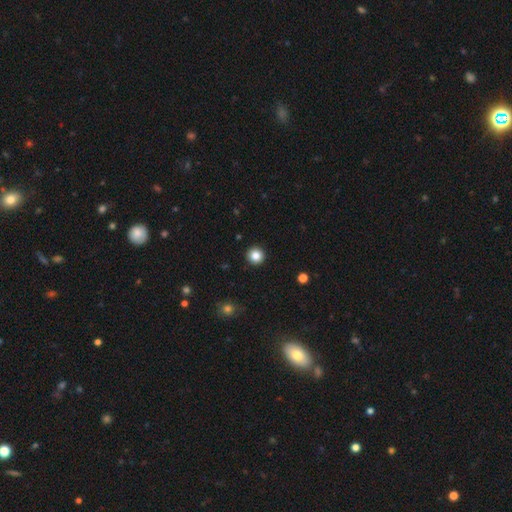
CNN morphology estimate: Overall: smooth (84%). How rounded: round (95%). Merging: none (93%).